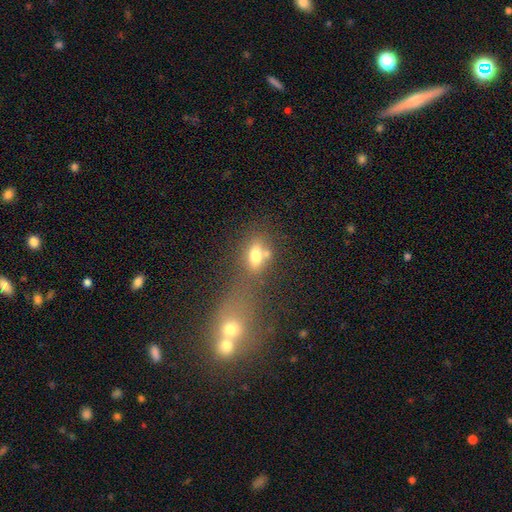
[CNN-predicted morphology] Smooth or featured?
  - smooth: 70% *
  - featured or disk: 17%
  - star or artifact: 12%
How rounded?
  - in between: 77% *
  - round: 16%
  - cigar-shaped: 7%
Merging?
  - none: 45% *
  - merger: 33%
  - minor disturbance: 13%
  - major disturbance: 8%